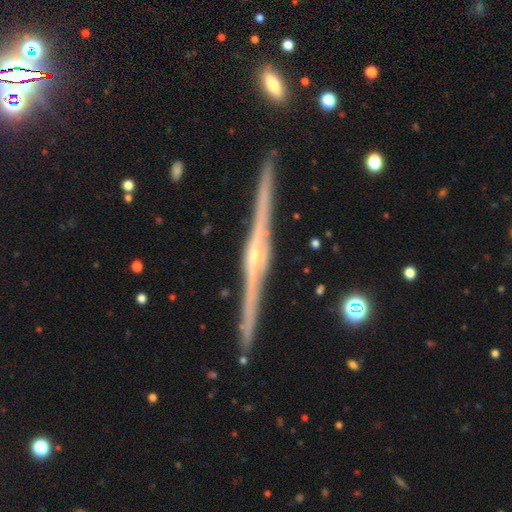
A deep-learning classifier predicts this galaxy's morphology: Overall: featured or disk (88%). Edge-on disk: yes (99%). Edge-on bulge: rounded (73%). Merging: none (92%).